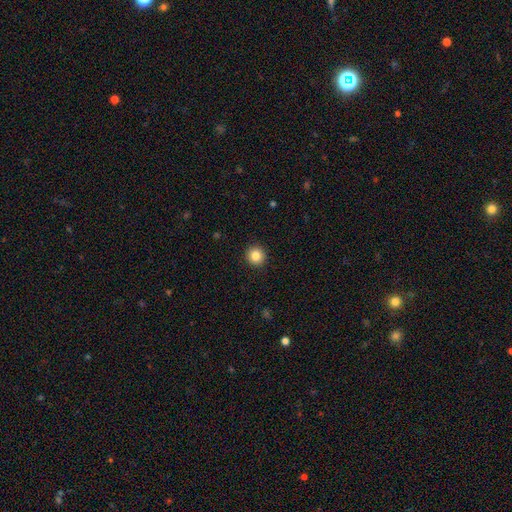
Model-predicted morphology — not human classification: A smooth galaxy with no disk features (85%) that is round (95%). Merging: none (93%).